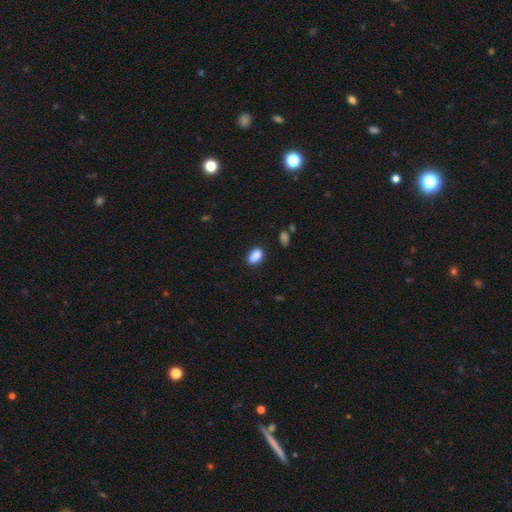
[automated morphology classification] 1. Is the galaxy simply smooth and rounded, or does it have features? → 86% smooth, 9% star or artifact, 5% featured or disk.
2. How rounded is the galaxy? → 87% in between, 10% round, 3% cigar-shaped.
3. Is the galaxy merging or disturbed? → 73% none, 19% minor disturbance, 4% merger, 4% major disturbance.